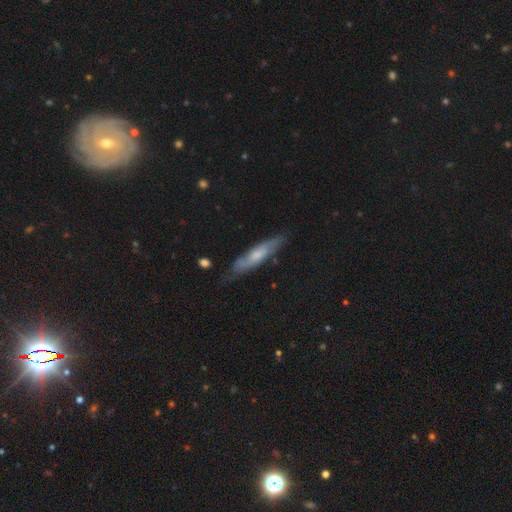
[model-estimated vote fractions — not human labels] Smooth or featured? Predicted: featured or disk (p=0.54). Edge-on disk? Predicted: yes (p=0.60). Merging? Predicted: none (p=0.75).